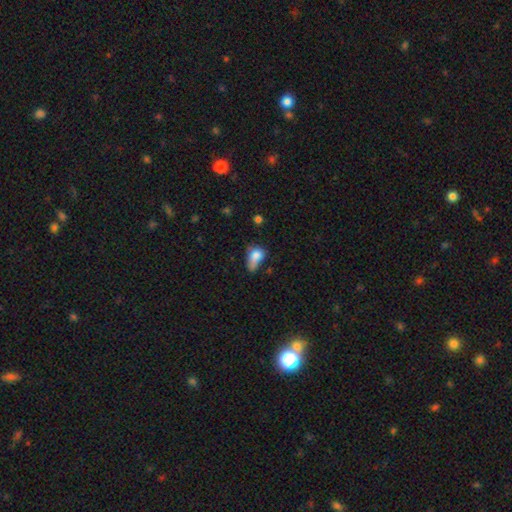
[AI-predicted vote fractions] Smooth or featured? Predicted: smooth (p=0.73). How rounded? Predicted: in between (p=0.76). Merging? Predicted: minor disturbance (p=0.35).